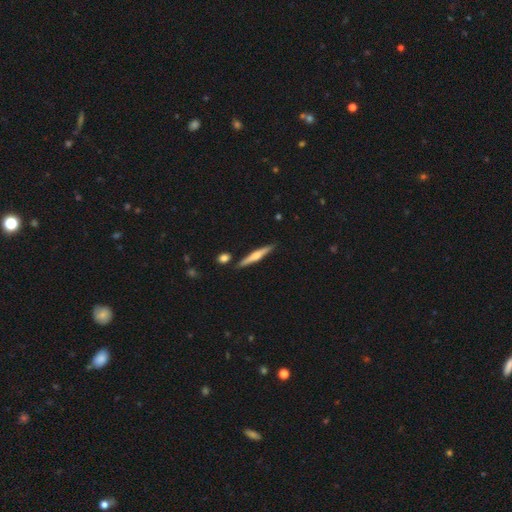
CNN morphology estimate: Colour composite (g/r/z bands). It shows a featured or disk galaxy (55%) viewed edge-on (97%) with a rounded central bulge (78%). Merging: none (86%).